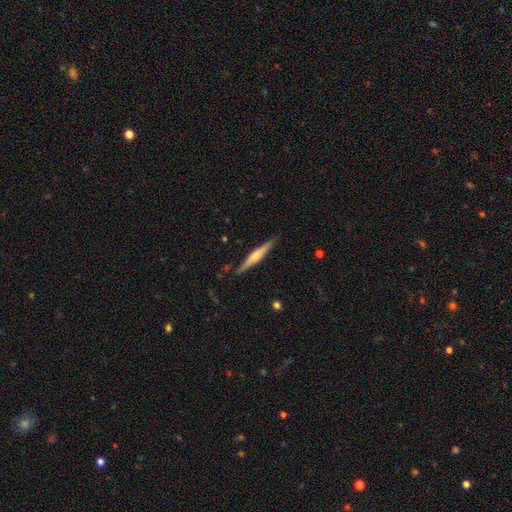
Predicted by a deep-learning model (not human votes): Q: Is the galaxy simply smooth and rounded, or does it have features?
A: featured or disk — 63%.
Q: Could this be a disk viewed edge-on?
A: yes — 98%.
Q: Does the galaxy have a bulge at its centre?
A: rounded — 74%.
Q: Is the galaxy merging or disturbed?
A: none — 89%.